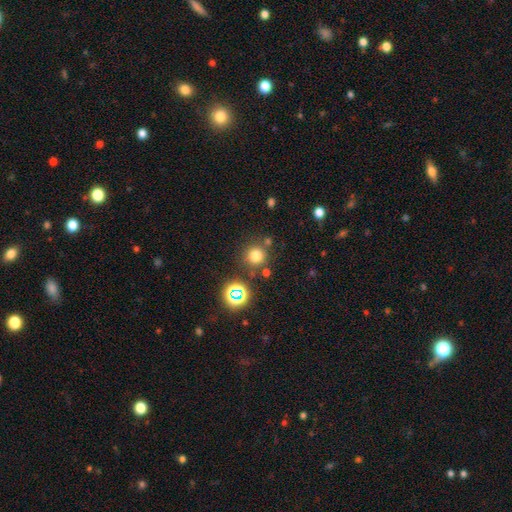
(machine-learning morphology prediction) Smooth or featured: smooth — 73% (star or artifact — 20%)
How rounded: round — 93% (in between — 6%)
Merging: none — 78% (minor disturbance — 9%)